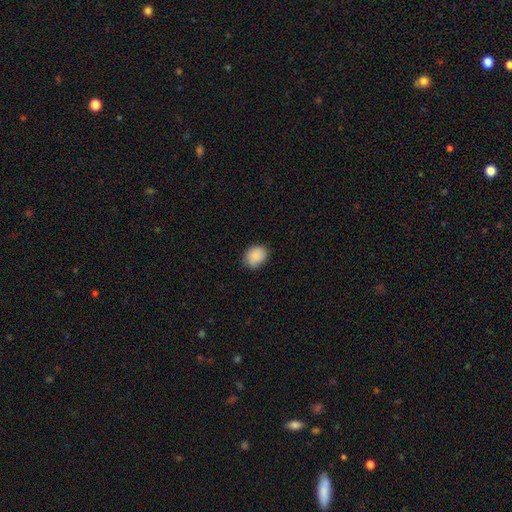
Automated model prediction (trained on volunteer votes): Smooth or featured? Predicted: smooth (p=0.88). How rounded? Predicted: round (p=0.51). Merging? Predicted: none (p=0.77).